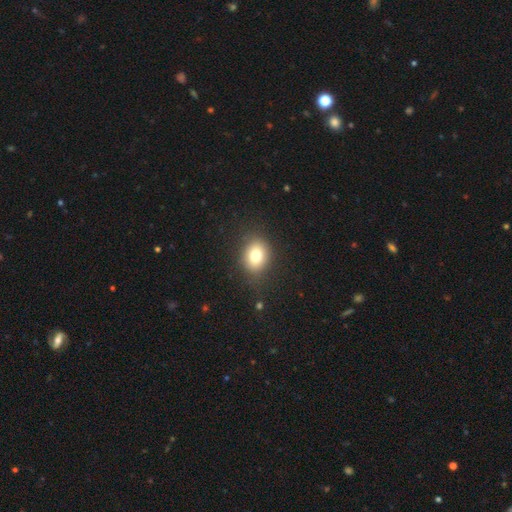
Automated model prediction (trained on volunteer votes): Q: Smooth or featured?
A: smooth (77%); runner-up: featured or disk (11%)
Q: How rounded?
A: in between (50%); runner-up: round (49%)
Q: Merging?
A: none (83%); runner-up: minor disturbance (12%)